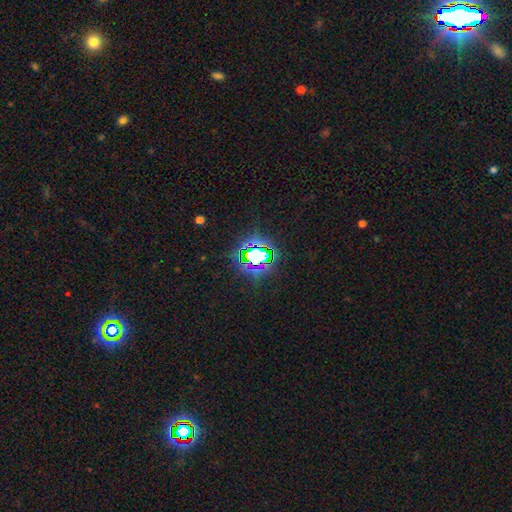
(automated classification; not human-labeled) Q: Smooth or featured?
A: star or artifact (70%); runner-up: smooth (19%)